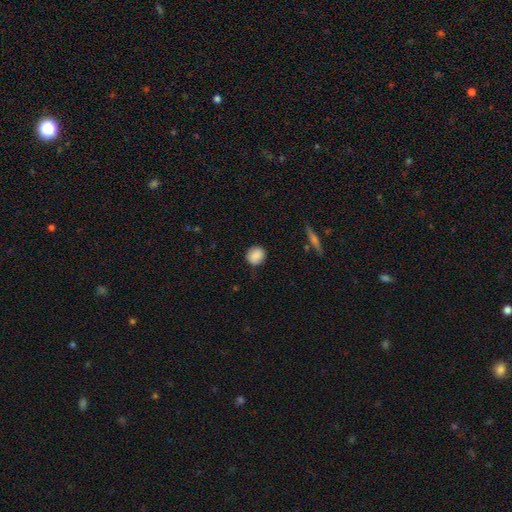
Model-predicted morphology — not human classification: Smooth or featured? smooth (87%)
How rounded? round (76%)
Merging? none (82%)